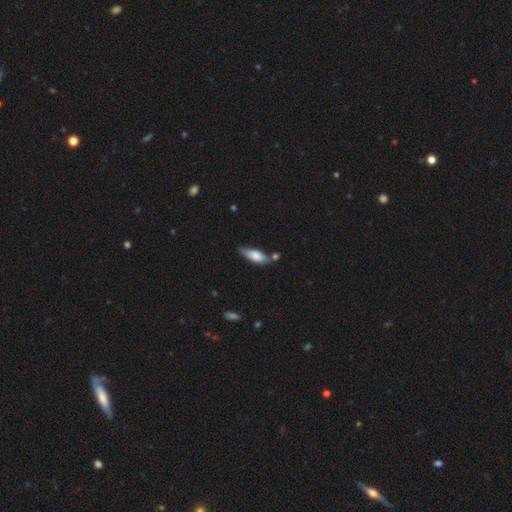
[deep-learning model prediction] Q: Smooth or featured?
A: smooth (74%); runner-up: featured or disk (20%)
Q: How rounded?
A: in between (66%); runner-up: cigar-shaped (32%)
Q: Merging?
A: none (59%); runner-up: minor disturbance (26%)